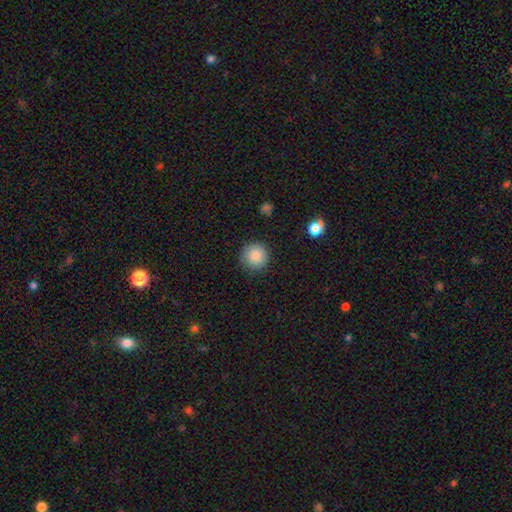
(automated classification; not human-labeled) Smooth or featured?
  - smooth: 86% *
  - star or artifact: 9%
  - featured or disk: 5%
How rounded?
  - round: 95% *
  - in between: 4%
  - cigar-shaped: 1%
Merging?
  - none: 87% *
  - minor disturbance: 9%
  - major disturbance: 3%
  - merger: 1%